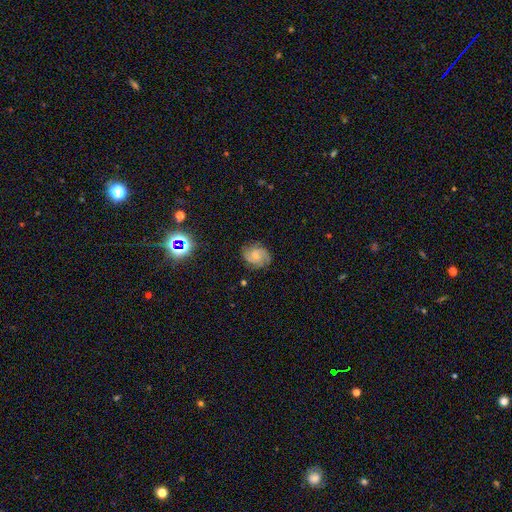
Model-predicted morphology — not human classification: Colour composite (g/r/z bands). It shows a featured or disk galaxy (69%) with no bar (70%), 2 (38%) tight (48%) spiral arms (94%) and a small central bulge (65%). Merging: none (76%).